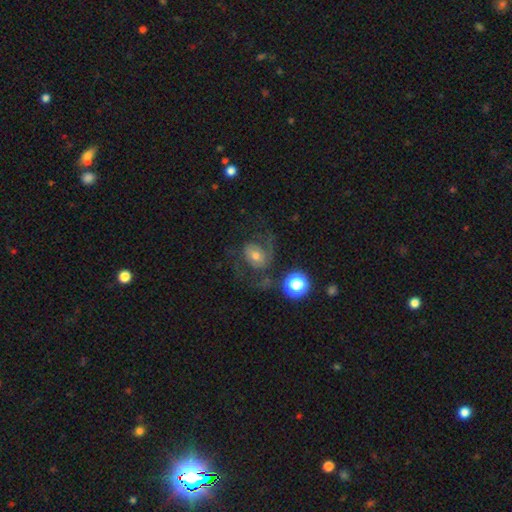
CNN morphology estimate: Q: Smooth or featured?
A: featured or disk (57%); runner-up: smooth (32%)
Q: Edge-on disk?
A: no (97%); runner-up: yes (3%)
Q: Bar?
A: no (59%); runner-up: weak (30%)
Q: Spiral arms?
A: yes (75%); runner-up: no (25%)
Q: Bulge size?
A: moderate (61%); runner-up: small (27%)
Q: Merging?
A: none (51%); runner-up: major disturbance (27%)